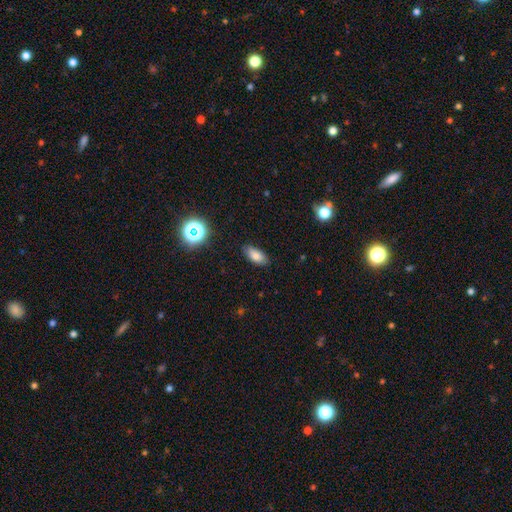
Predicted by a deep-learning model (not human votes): smooth_or_featured: smooth (p=0.80) [alt: star or artifact p=0.11]
how_rounded: in between (p=0.86) [alt: cigar-shaped p=0.10]
merging: none (p=0.84) [alt: minor disturbance p=0.12]